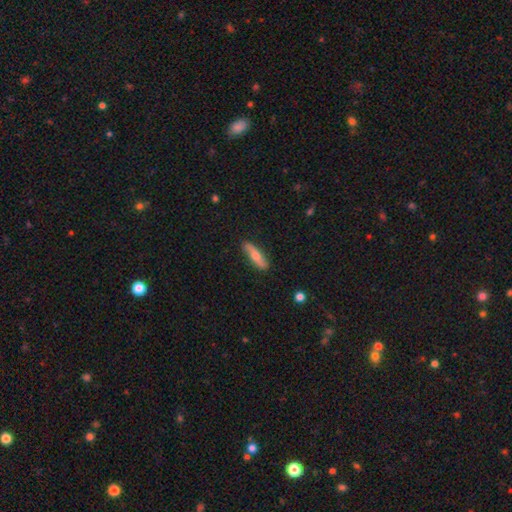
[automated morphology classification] type=smooth (51%); roundness=cigar-shaped (68%); merging=none (84%).